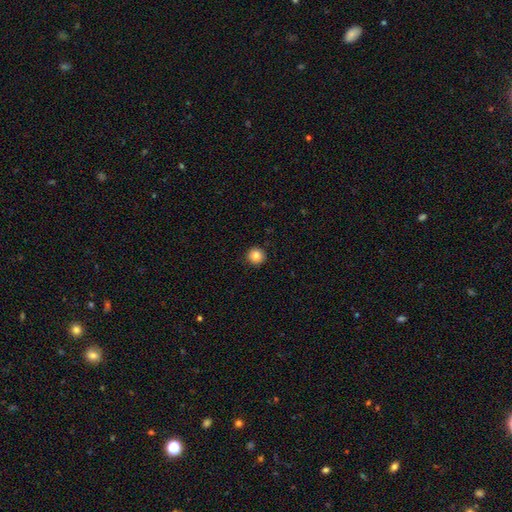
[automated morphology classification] Smooth or featured?
  - smooth: 84% *
  - star or artifact: 10%
  - featured or disk: 6%
How rounded?
  - round: 95% *
  - in between: 4%
  - cigar-shaped: 1%
Merging?
  - none: 93% *
  - minor disturbance: 5%
  - major disturbance: 2%
  - merger: 1%